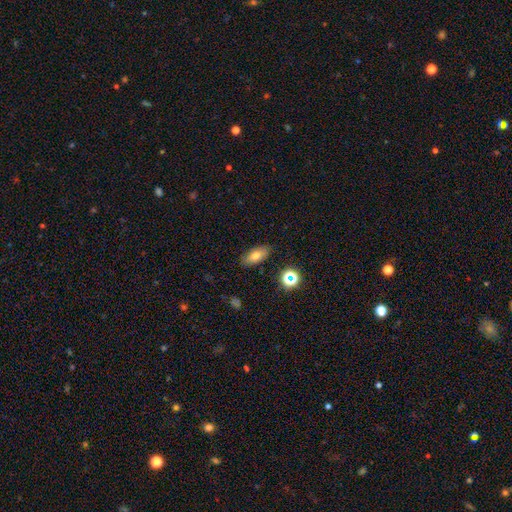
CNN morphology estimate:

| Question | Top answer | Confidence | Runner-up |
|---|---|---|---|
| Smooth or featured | smooth | 72% | featured or disk (15%) |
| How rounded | in between | 83% | cigar-shaped (11%) |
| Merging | none | 84% | minor disturbance (11%) |